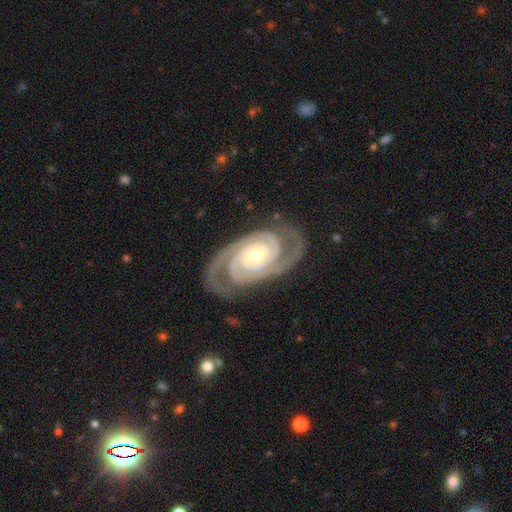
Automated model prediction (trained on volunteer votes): Smooth or featured: featured or disk — 94% (star or artifact — 4%)
Edge-on disk: no — 97% (yes — 3%)
Bar: no — 43% (weak — 34%)
Spiral arms: yes — 99% (no — 1%)
Spiral winding: tight — 82% (medium — 17%)
Spiral arm count: 2 — 83% (3 — 9%)
Bulge size: moderate — 53% (small — 43%)
Merging: none — 81% (minor disturbance — 13%)